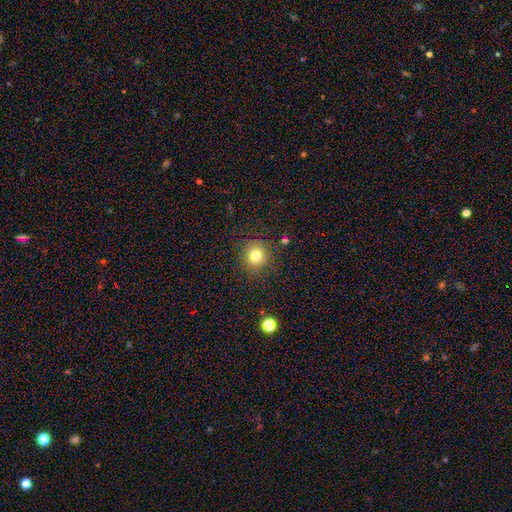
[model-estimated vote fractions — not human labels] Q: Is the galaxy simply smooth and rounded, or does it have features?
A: smooth — 79%.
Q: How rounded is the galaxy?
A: round — 89%.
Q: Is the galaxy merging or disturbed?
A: none — 87%.